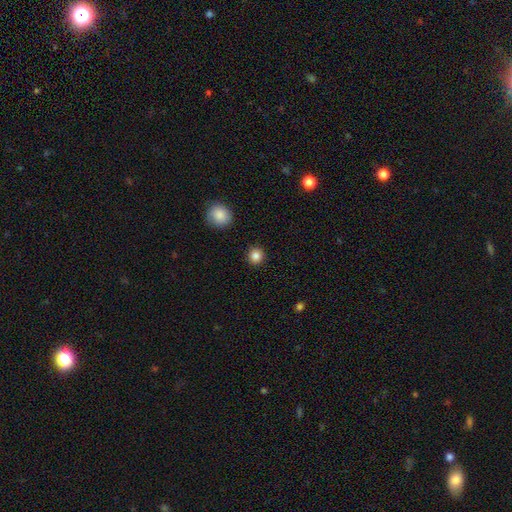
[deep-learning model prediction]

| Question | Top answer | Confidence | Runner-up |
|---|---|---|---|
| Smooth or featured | smooth | 85% | star or artifact (11%) |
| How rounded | round | 94% | in between (5%) |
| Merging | none | 92% | minor disturbance (5%) |